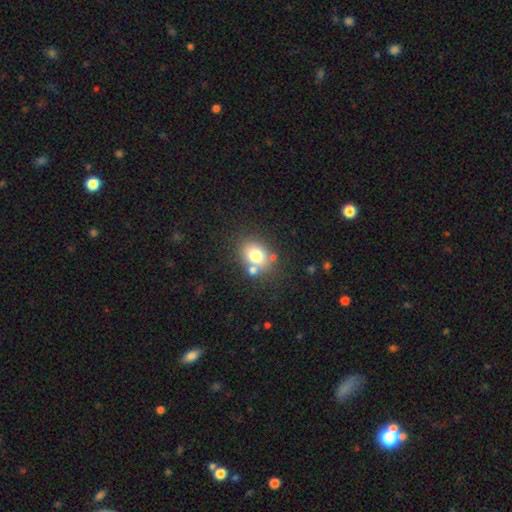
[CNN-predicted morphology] Smooth or featured? Predicted: smooth (p=0.74). How rounded? Predicted: in between (p=0.56). Merging? Predicted: none (p=0.65).